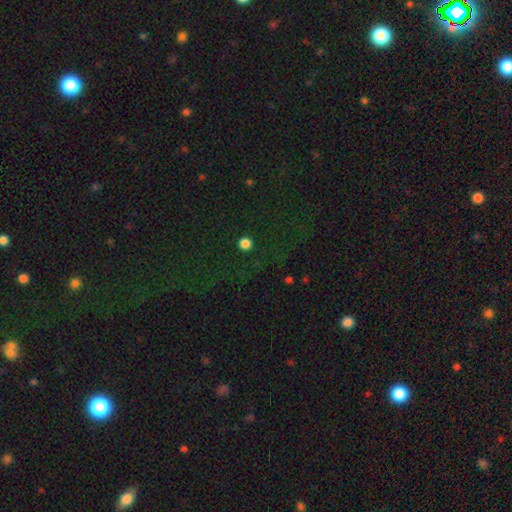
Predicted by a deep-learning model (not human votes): Q: Smooth or featured?
A: star or artifact (70%); runner-up: smooth (20%)